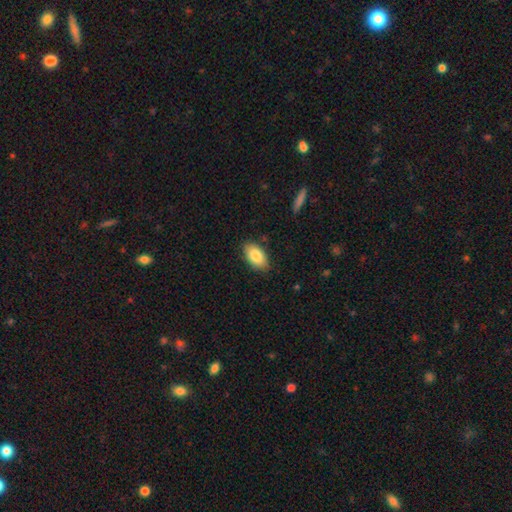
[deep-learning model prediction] Morphology: type=smooth (85%); roundness=in between (94%); merging=none (84%).